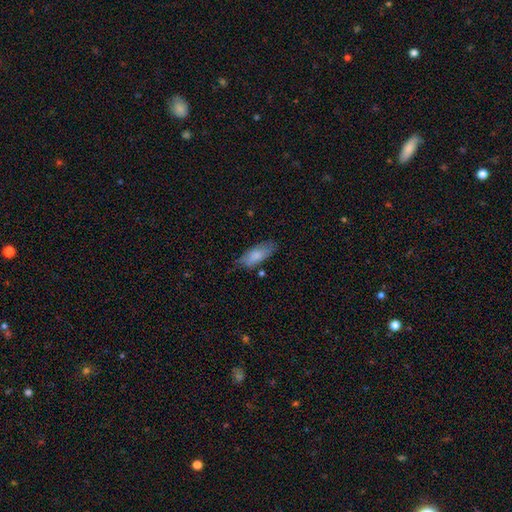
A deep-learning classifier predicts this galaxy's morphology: The model was most divided on "merging": none: 66%, minor disturbance: 25%, major disturbance: 5%, merger: 3%. More confident: how rounded — in between (80%); smooth or featured — smooth (79%).